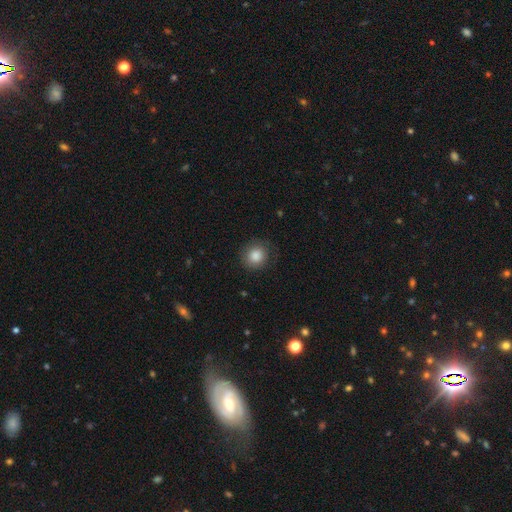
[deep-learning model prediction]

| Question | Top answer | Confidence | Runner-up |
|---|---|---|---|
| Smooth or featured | smooth | 86% | star or artifact (9%) |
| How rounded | round | 88% | in between (11%) |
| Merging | none | 84% | minor disturbance (12%) |